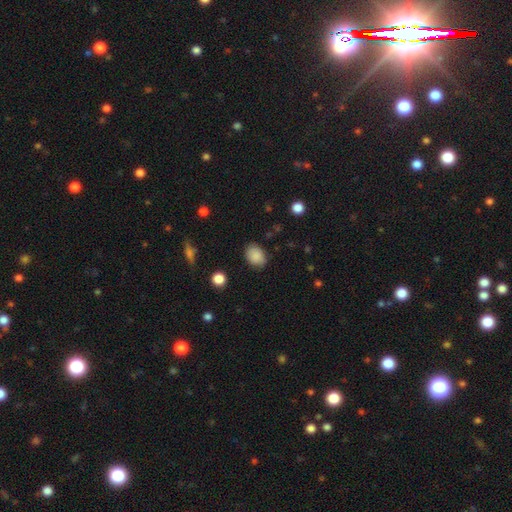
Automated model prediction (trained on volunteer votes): Q: Smooth or featured?
A: smooth (87%); runner-up: star or artifact (8%)
Q: How rounded?
A: in between (70%); runner-up: round (29%)
Q: Merging?
A: none (81%); runner-up: minor disturbance (14%)